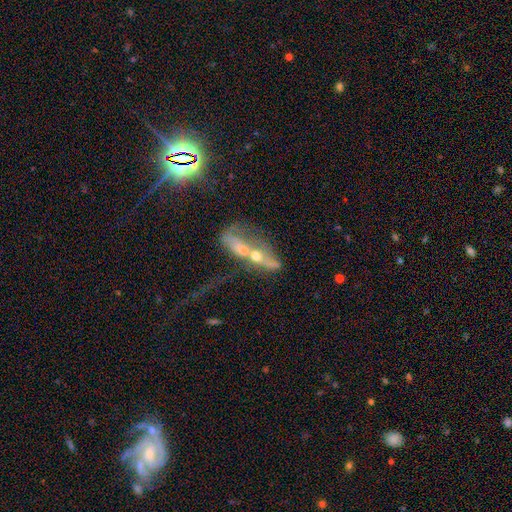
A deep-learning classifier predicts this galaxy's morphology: This is possibly a featured or disk galaxy (51%). It is likely not viewed edge-on (73%). Merging: possibly merger (58%).